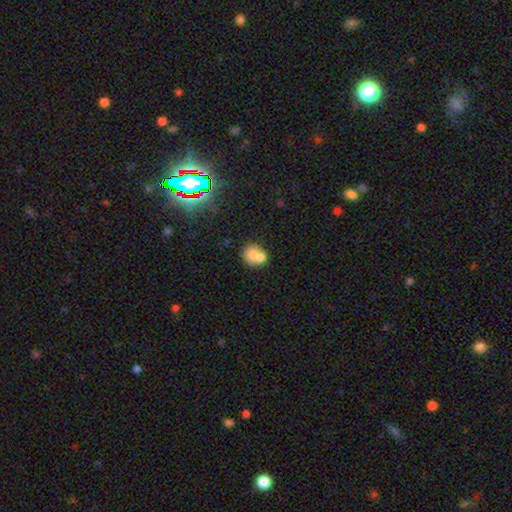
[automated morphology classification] This appears to be a smooth galaxy with no disk features (69%) that is round (75%). Merging: merger (53%).